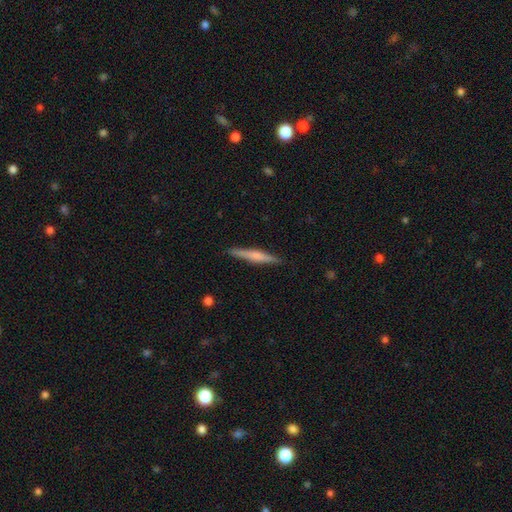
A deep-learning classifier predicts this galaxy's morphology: featured or disk 51%, smooth 43%, star or artifact 6%. Down the decision tree: edge-on disk — yes (97%); merging — none (90%).